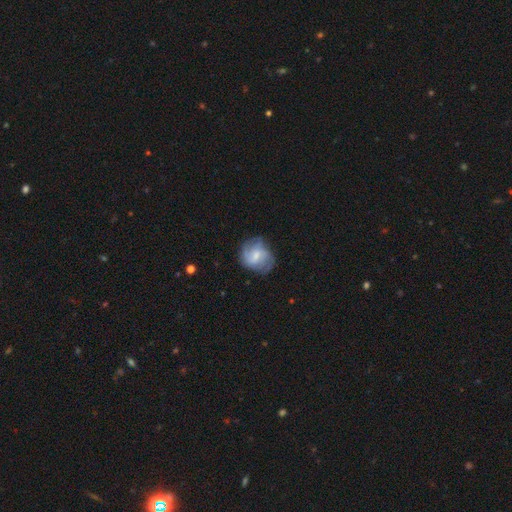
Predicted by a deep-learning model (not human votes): Smooth or featured? featured or disk (64%)
Edge-on disk? no (97%)
Bar? weak (53%)
Spiral arms? yes (87%)
Spiral winding? medium (43%)
Spiral arm count? can't tell (31%, tied with 2)
Bulge size? small (46%)
Merging? none (67%)